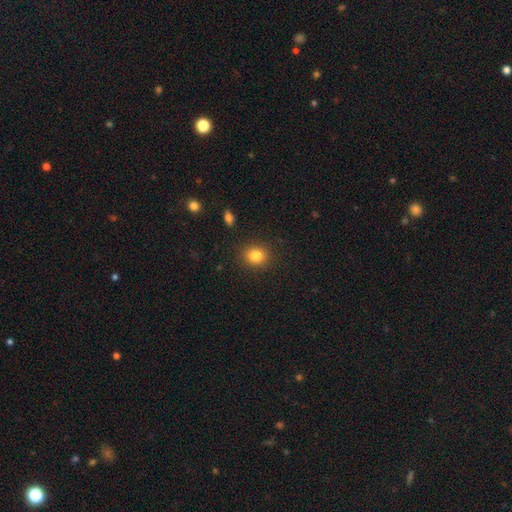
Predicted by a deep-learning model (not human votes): The model was most divided on "how rounded": round: 75%, in between: 24%, cigar-shaped: 1%. More confident: merging — none (89%); smooth or featured — smooth (83%).